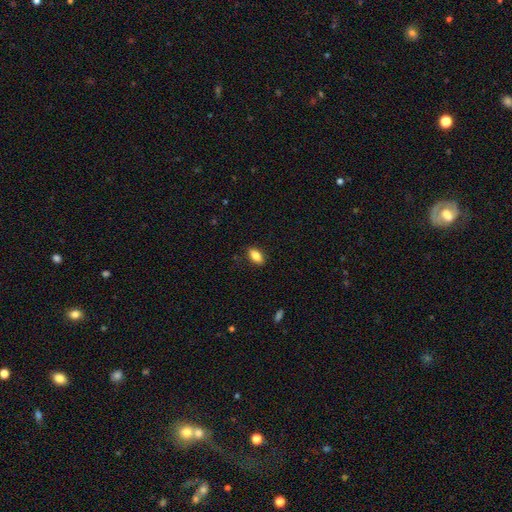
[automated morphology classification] A smooth galaxy with no disk features (83%) that is in between round and cigar-shaped (87%).

Vote fractions:
- Smooth or featured? smooth: 83% / featured or disk: 10% / star or artifact: 8%
- How rounded? in between: 87% / cigar-shaped: 9% / round: 4%
- Merging? none: 87% / minor disturbance: 10% / major disturbance: 2% / merger: 1%